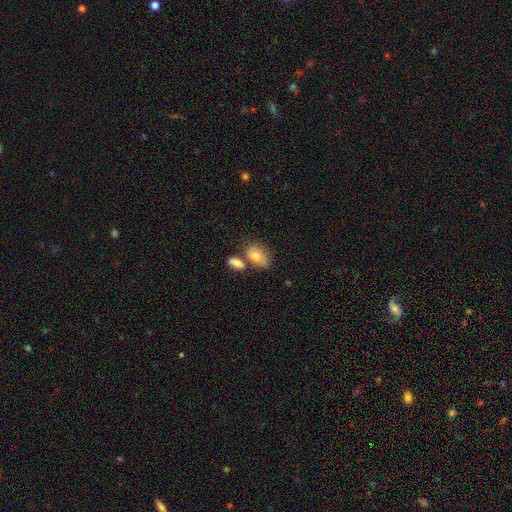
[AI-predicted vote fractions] smooth-or-featured: smooth: 73% | featured or disk: 18% | star or artifact: 10%
  how-rounded: in between: 80% | round: 17% | cigar-shaped: 2%
  merging: none: 47% | merger: 28% | minor disturbance: 18% | major disturbance: 6%